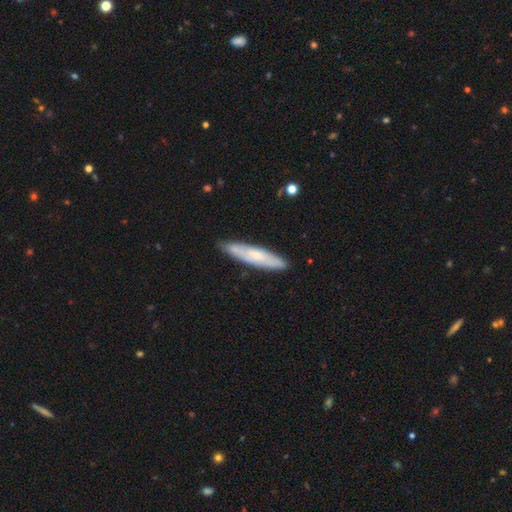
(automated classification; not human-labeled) This appears to be a smooth galaxy with no disk features (57%) that is cigar-shaped (86%). Merging: none (84%).